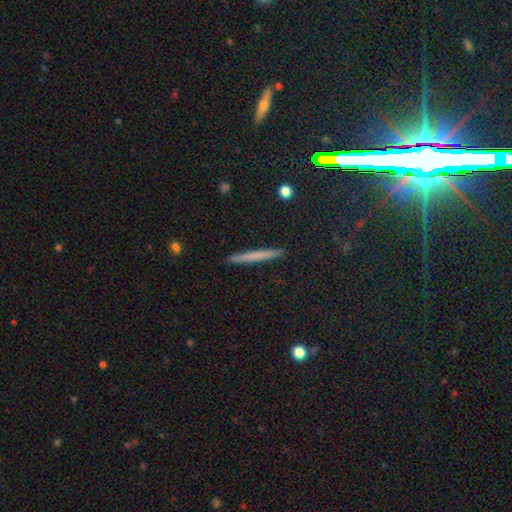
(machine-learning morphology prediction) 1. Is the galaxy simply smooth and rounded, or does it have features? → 61% smooth, 30% featured or disk, 9% star or artifact.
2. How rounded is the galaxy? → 96% cigar-shaped, 2% in between, 2% round.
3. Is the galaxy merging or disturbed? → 91% none, 6% minor disturbance, 1% major disturbance, 1% merger.